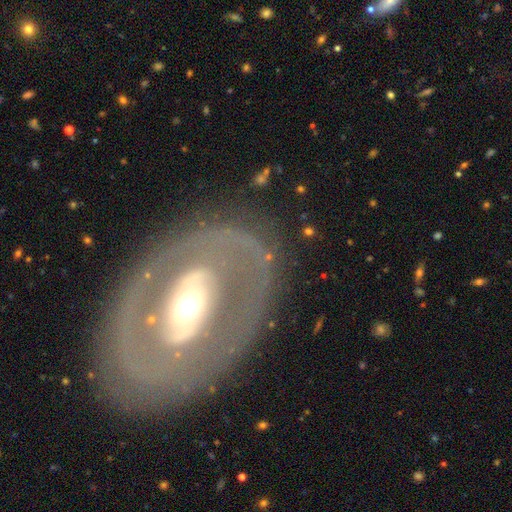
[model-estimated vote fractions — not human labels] This is likely a featured or disk galaxy (74%). It is clearly not viewed edge-on (92%). Bar: possibly no (49%). Spiral arm pattern: likely no (63%). Central bulge: possibly moderate (57%). Merging: likely none (79%).